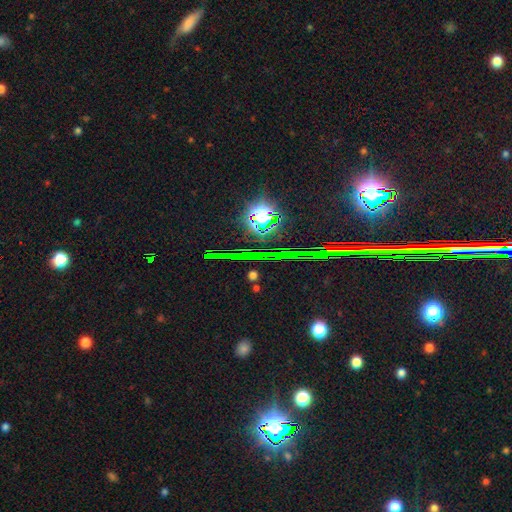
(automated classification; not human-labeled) star or artifact 80%, smooth 11%, featured or disk 9%.